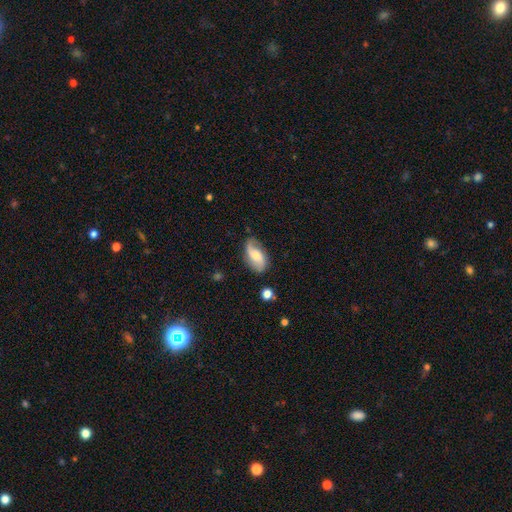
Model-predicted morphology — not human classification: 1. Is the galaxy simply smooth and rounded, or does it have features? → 61% featured or disk, 32% smooth, 7% star or artifact.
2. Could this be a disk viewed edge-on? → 95% no, 5% yes.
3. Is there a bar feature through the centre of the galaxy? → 51% no, 37% weak, 12% strong.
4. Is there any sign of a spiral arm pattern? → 91% yes, 9% no.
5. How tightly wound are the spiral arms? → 63% loose, 26% medium, 11% tight.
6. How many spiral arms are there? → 83% 2, 9% 1, 6% can't tell, 1% 3, 1% 4, 1% more than 4.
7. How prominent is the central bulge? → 54% moderate, 29% small, 10% large, 5% none, 2% dominant.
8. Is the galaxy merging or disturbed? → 72% none, 20% minor disturbance, 6% major disturbance, 2% merger.